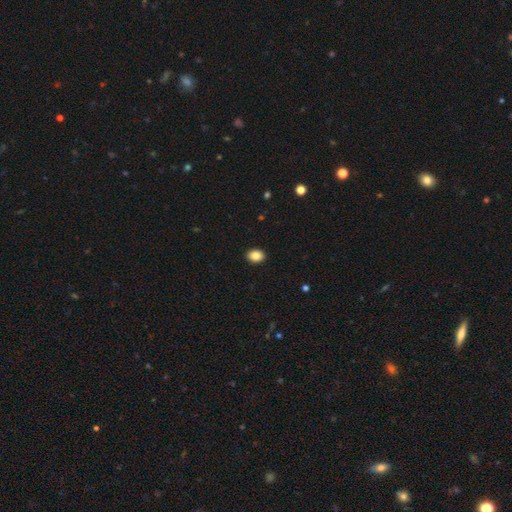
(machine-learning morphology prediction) Smooth or featured: smooth — 86% (star or artifact — 9%)
How rounded: in between — 70% (round — 29%)
Merging: none — 92% (minor disturbance — 6%)